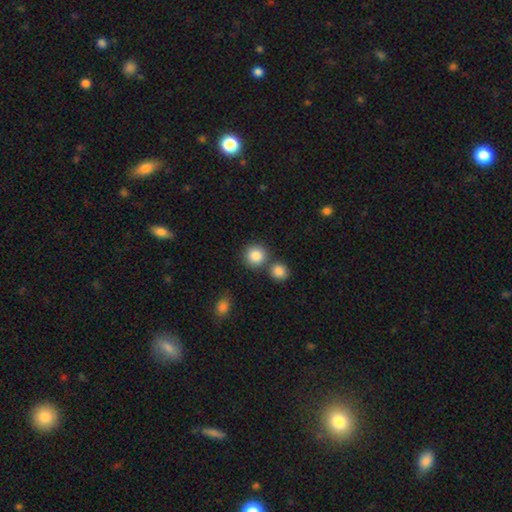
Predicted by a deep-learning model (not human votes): smooth-or-featured: smooth: 85% | star or artifact: 9% | featured or disk: 6%
  how-rounded: round: 91% | in between: 8% | cigar-shaped: 1%
  merging: none: 71% | merger: 19% | minor disturbance: 8% | major disturbance: 3%